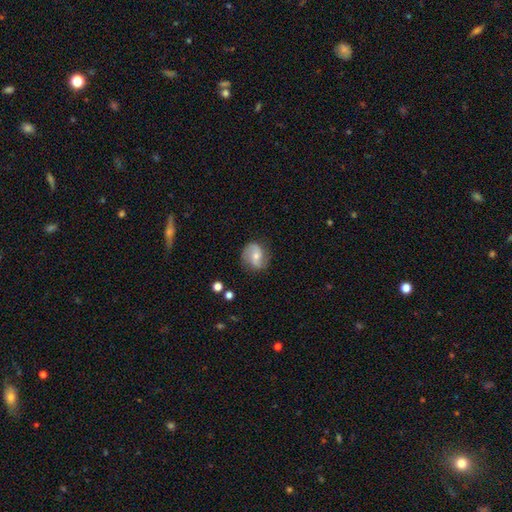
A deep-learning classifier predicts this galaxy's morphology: Overall: featured or disk (61%; smooth 31%). Edge-on disk: no (97%). Bar: no (51%; weak 36%). Spiral arms: yes (89%). Spiral arm count: 2 (87%). Spiral winding: loose (42%; medium 40%). Bulge size: moderate (51%; small 43%). Merging: none (78%).